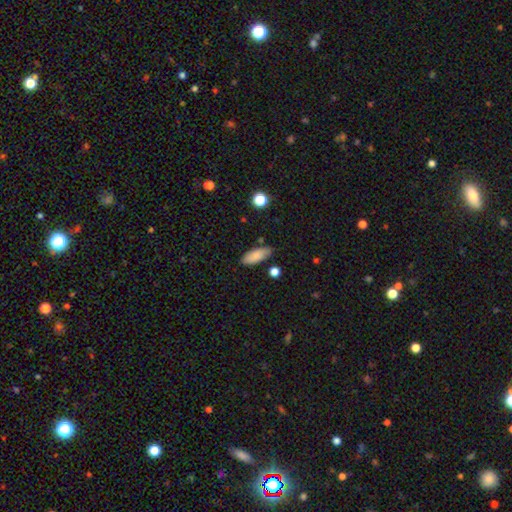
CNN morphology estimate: Smooth or featured? Predicted: smooth (p=0.84). How rounded? Predicted: in between (p=0.80). Merging? Predicted: none (p=0.80).